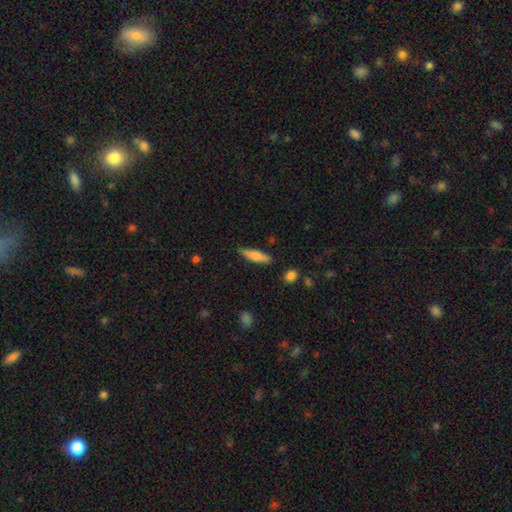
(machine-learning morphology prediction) This is likely a smooth galaxy (72%). How rounded: likely cigar-shaped (68%). Merging: clearly none (81%).